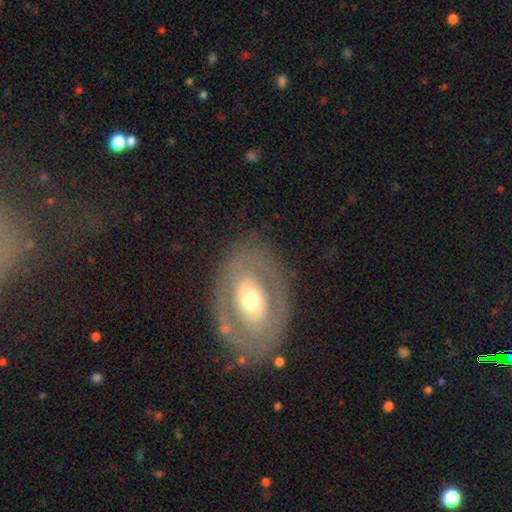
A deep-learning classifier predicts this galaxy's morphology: type=featured or disk (69%); edge-on=no (93%); bar=no (42%); spiral arms=no (51%); bulge=moderate (62%); merging=none (78%).